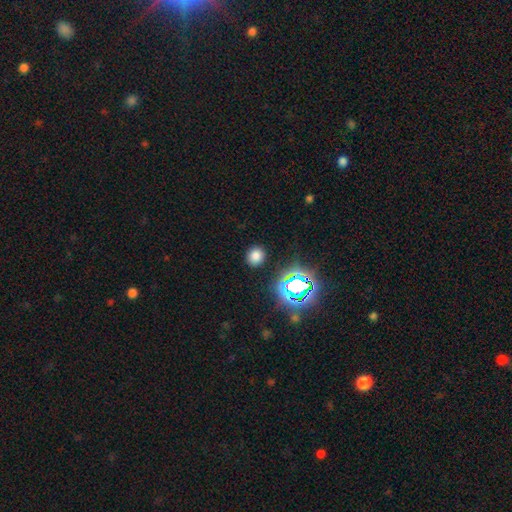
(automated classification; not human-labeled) Smooth or featured?
  - smooth: 73% *
  - star or artifact: 20%
  - featured or disk: 6%
How rounded?
  - round: 79% *
  - in between: 20%
  - cigar-shaped: 1%
Merging?
  - none: 89% *
  - minor disturbance: 7%
  - major disturbance: 3%
  - merger: 2%